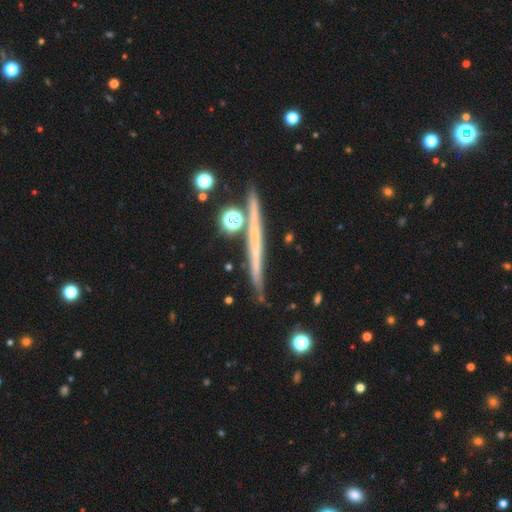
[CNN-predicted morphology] featured or disk 53%, smooth 38%, star or artifact 9%. Down the decision tree: edge-on disk — yes (95%); edge-on bulge — none (85%); merging — none (80%).